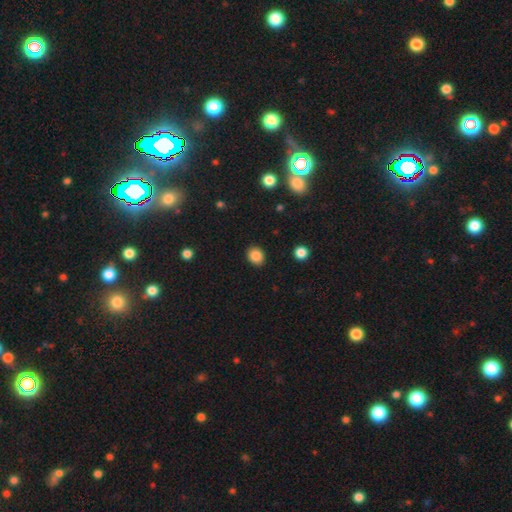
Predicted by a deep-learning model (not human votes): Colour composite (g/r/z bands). It shows a smooth galaxy with no disk features (86%) that is round (66%). Merging: none (90%).